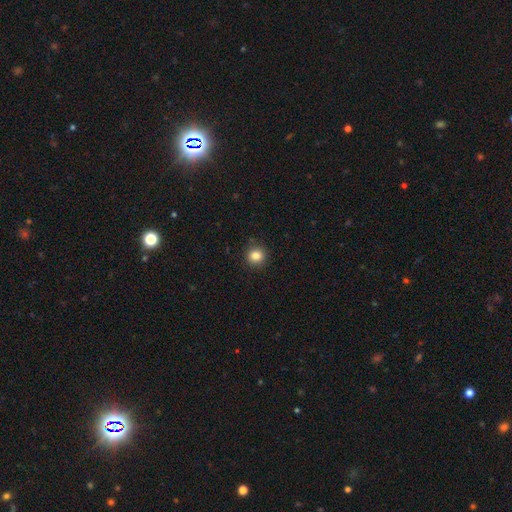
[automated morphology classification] A smooth galaxy with no disk features (84%) that is round (91%). Merging: none (90%).